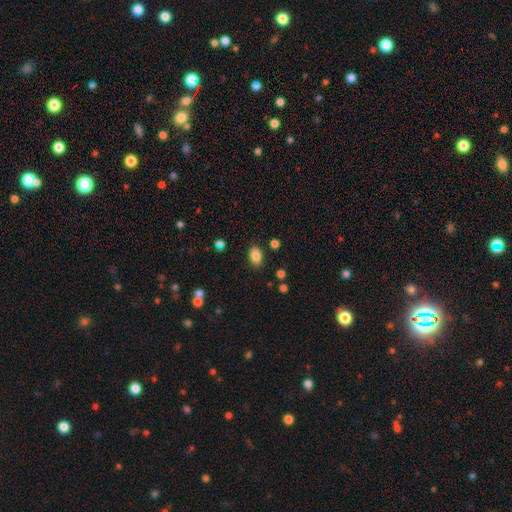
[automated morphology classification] Q: Smooth or featured?
A: smooth (85%); runner-up: star or artifact (10%)
Q: How rounded?
A: in between (85%); runner-up: round (14%)
Q: Merging?
A: none (85%); runner-up: minor disturbance (10%)